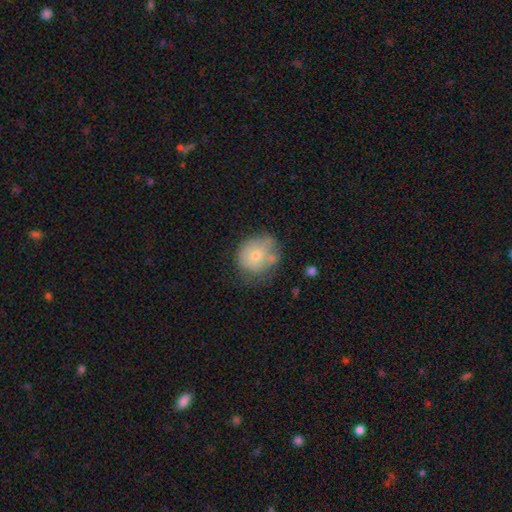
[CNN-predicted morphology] type=smooth (60%); roundness=round (77%); merging=none (49%).